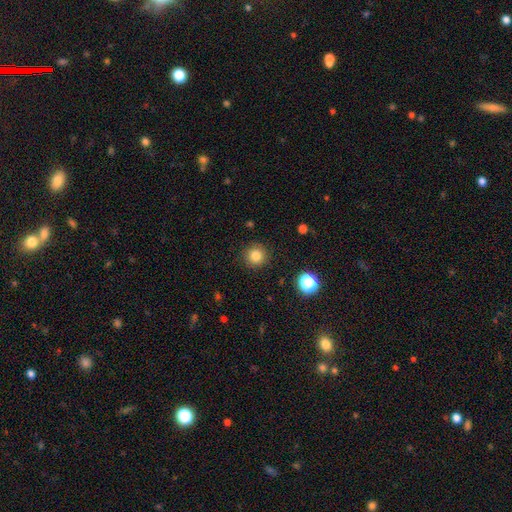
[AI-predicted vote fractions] smooth_or_featured: smooth (p=0.82) [alt: star or artifact p=0.12]
how_rounded: round (p=0.95) [alt: in between p=0.04]
merging: none (p=0.91) [alt: minor disturbance p=0.06]